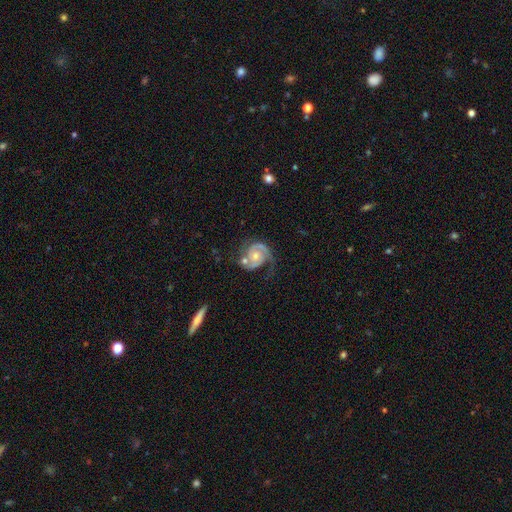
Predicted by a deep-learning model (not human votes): This appears to be a featured or disk galaxy (88%) with no bar (71%), 2 (83%) medium (44%) spiral arms (97%) and a moderate central bulge (54%). Merging: none (51%).